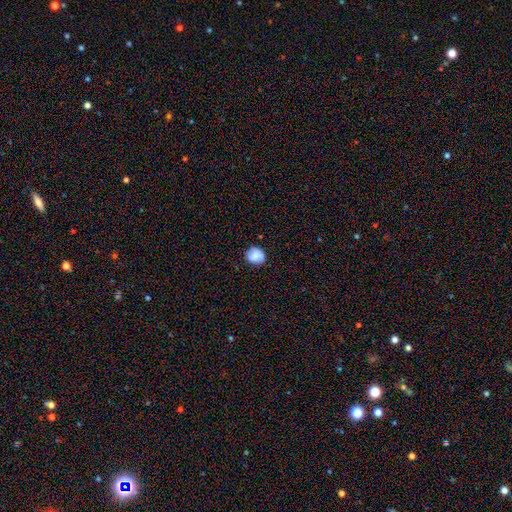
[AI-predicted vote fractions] Smooth or featured?
  - smooth: 80% *
  - featured or disk: 11%
  - star or artifact: 9%
How rounded?
  - round: 75% *
  - in between: 24%
  - cigar-shaped: 1%
Merging?
  - none: 80% *
  - minor disturbance: 16%
  - major disturbance: 3%
  - merger: 1%